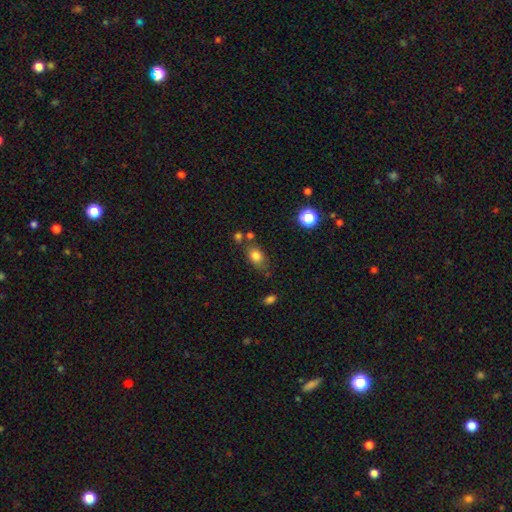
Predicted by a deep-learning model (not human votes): A smooth galaxy with no disk features (80%) that is in between round and cigar-shaped (73%).

Vote fractions:
- Smooth or featured? smooth: 80% / star or artifact: 11% / featured or disk: 10%
- How rounded? in between: 73% / round: 25% / cigar-shaped: 2%
- Merging? none: 61% / minor disturbance: 21% / merger: 11% / major disturbance: 7%